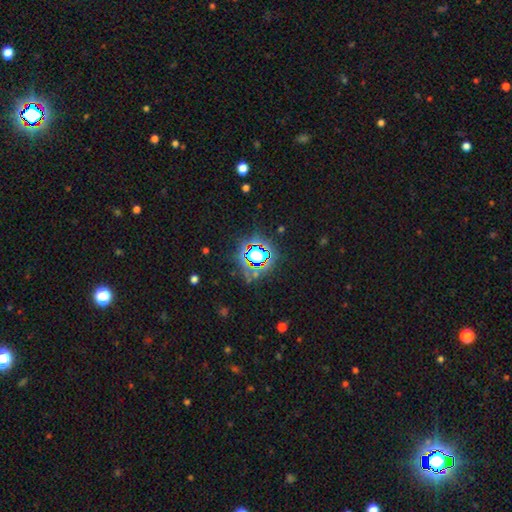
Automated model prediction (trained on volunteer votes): A star or artifact, not a galaxy (79%).